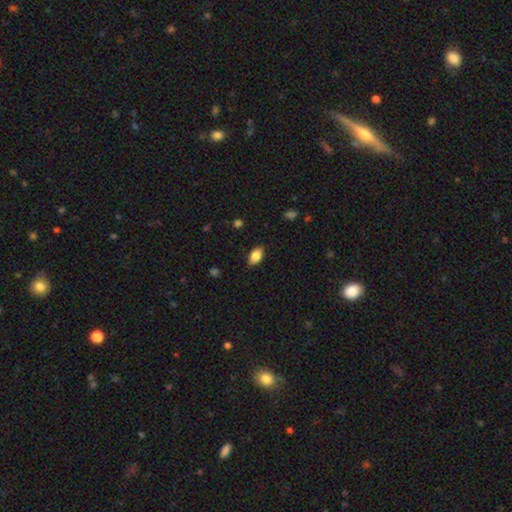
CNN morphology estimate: smooth_or_featured: smooth (p=0.84) [alt: featured or disk p=0.09]
how_rounded: in between (p=0.91) [alt: round p=0.06]
merging: none (p=0.86) [alt: minor disturbance p=0.11]